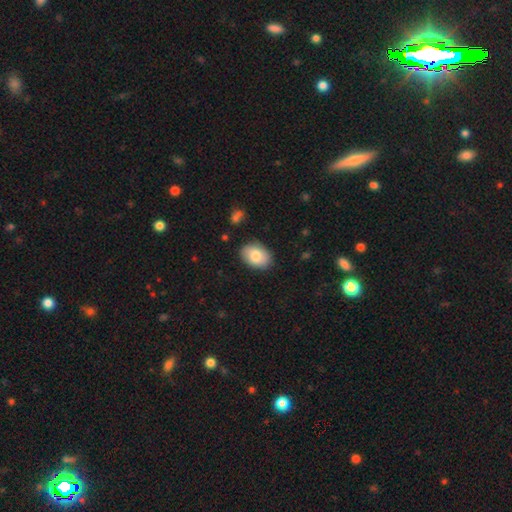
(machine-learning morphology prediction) type=smooth (79%); roundness=in between (83%); merging=none (86%).